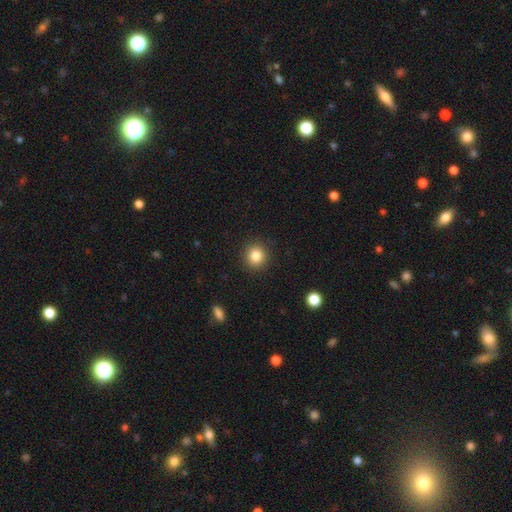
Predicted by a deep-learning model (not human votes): Smooth or featured: smooth — 84% (star or artifact — 10%)
How rounded: round — 90% (in between — 9%)
Merging: none — 91% (minor disturbance — 6%)